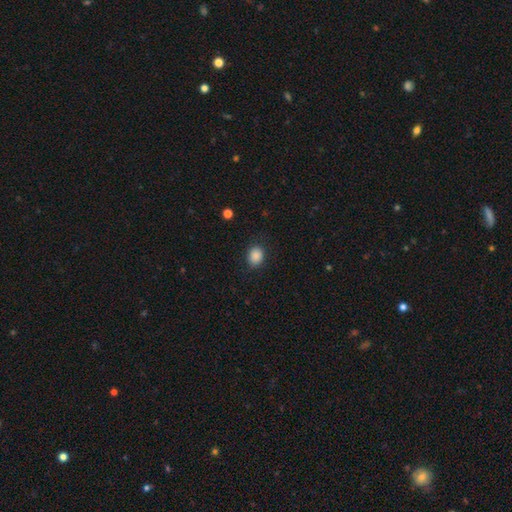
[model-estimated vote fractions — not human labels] Smooth or featured?
  - smooth: 87% *
  - star or artifact: 9%
  - featured or disk: 4%
How rounded?
  - round: 52% *
  - in between: 47%
  - cigar-shaped: 1%
Merging?
  - none: 84% *
  - minor disturbance: 12%
  - major disturbance: 4%
  - merger: 1%